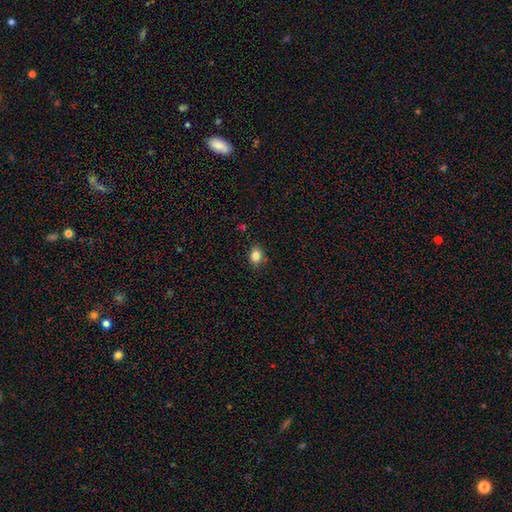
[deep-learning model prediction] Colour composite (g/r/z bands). It shows a smooth galaxy with no disk features (83%) that is in between round and cigar-shaped (59%). Merging: none (86%).